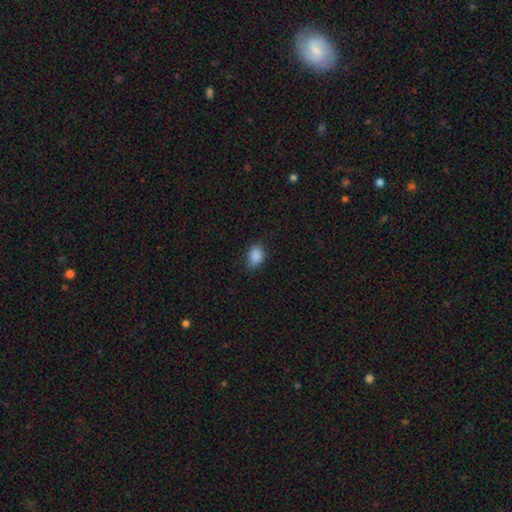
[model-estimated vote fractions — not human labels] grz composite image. It shows a smooth galaxy with no disk features (87%) that is in between round and cigar-shaped (64%). Merging: none (69%).